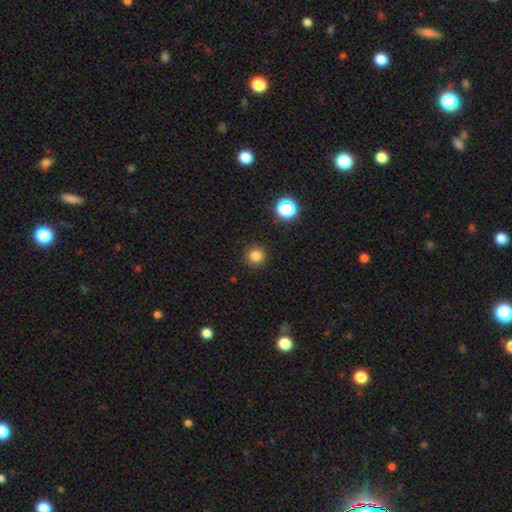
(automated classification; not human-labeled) smooth_or_featured: smooth (p=0.82) [alt: star or artifact p=0.14]
how_rounded: round (p=0.92) [alt: in between p=0.07]
merging: none (p=0.90) [alt: minor disturbance p=0.06]